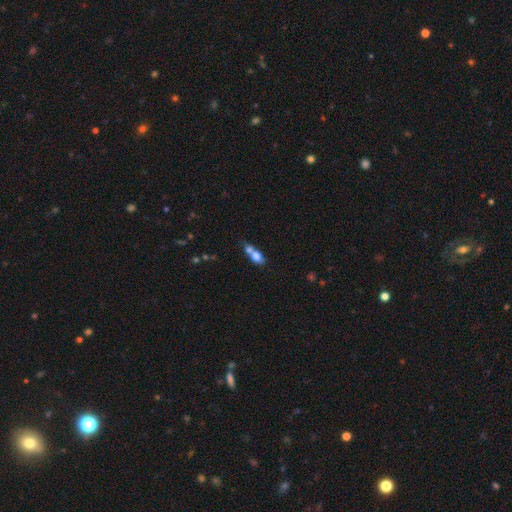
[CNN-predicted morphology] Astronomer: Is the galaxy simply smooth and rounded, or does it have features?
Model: smooth — 72%.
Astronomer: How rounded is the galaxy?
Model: in between — 67%.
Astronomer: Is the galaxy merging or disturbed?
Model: merger — 62%.